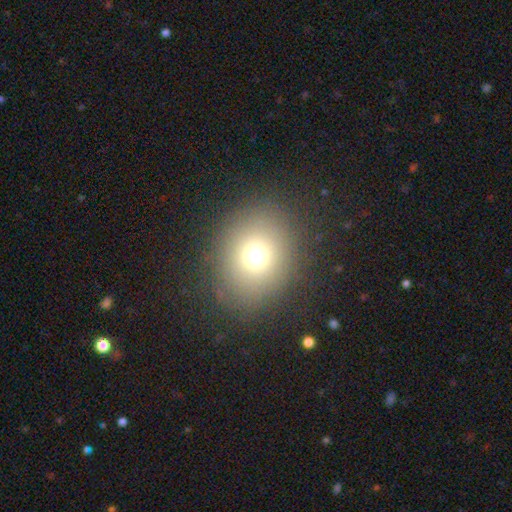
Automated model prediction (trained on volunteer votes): This is likely a smooth galaxy (72%). How rounded: likely round (72%). Merging: clearly none (85%).